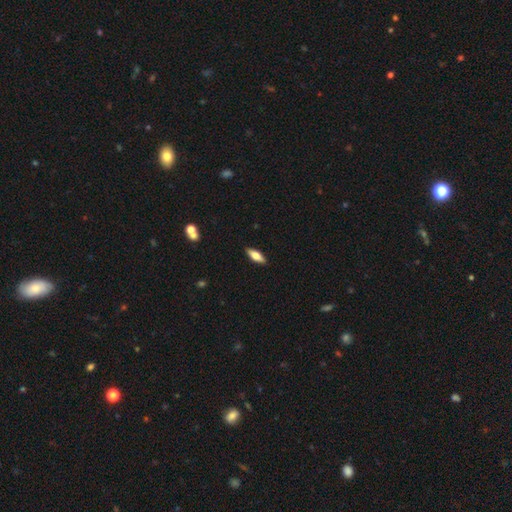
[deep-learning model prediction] Smooth or featured: smooth — 62% (featured or disk — 32%)
How rounded: in between — 60% (cigar-shaped — 37%)
Merging: none — 89% (minor disturbance — 8%)